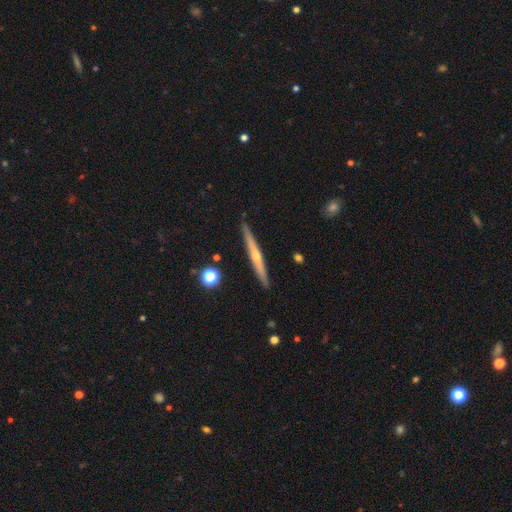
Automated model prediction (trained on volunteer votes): Smooth or featured: featured or disk — 70% (smooth — 24%)
Edge-on disk: yes — 97% (no — 3%)
Edge-on bulge: rounded — 77% (none — 21%)
Merging: none — 90% (minor disturbance — 7%)